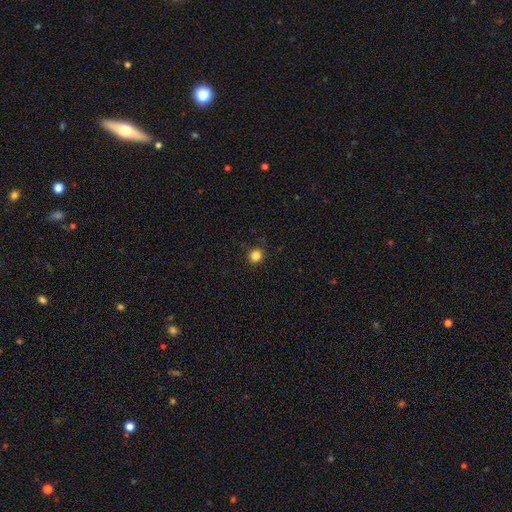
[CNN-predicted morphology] Smooth or featured? smooth (84%)
How rounded? round (92%)
Merging? none (91%)